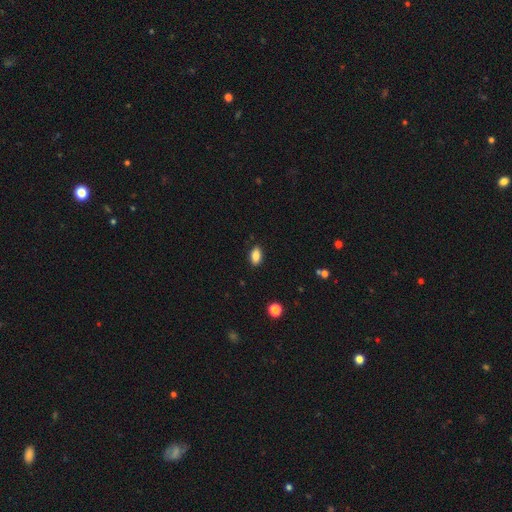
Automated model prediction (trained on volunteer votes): A smooth galaxy with no disk features (86%) that is in between round and cigar-shaped (90%).

Vote fractions:
- Smooth or featured? smooth: 86% / star or artifact: 8% / featured or disk: 5%
- How rounded? in between: 90% / round: 7% / cigar-shaped: 3%
- Merging? none: 89% / minor disturbance: 8% / major disturbance: 2% / merger: 1%